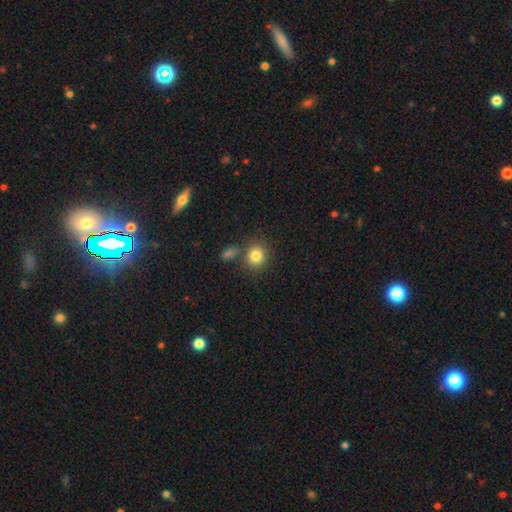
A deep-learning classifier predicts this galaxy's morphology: type=smooth (83%); roundness=round (82%); merging=none (72%).